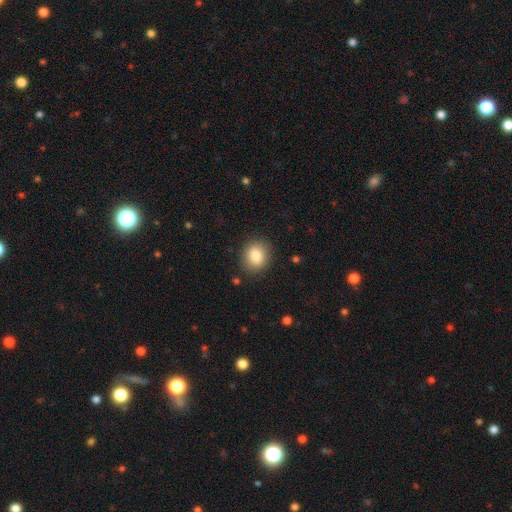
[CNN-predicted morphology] Smooth or featured: smooth — 83% (star or artifact — 9%)
How rounded: round — 69% (in between — 30%)
Merging: none — 88% (minor disturbance — 8%)